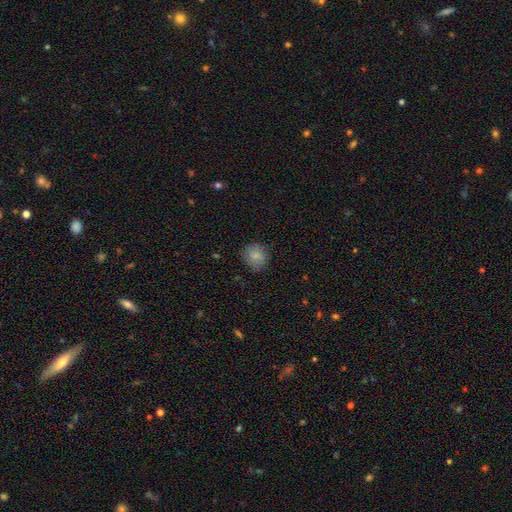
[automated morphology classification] A smooth galaxy with no disk features (82%) that is round (83%). Merging: none (82%).